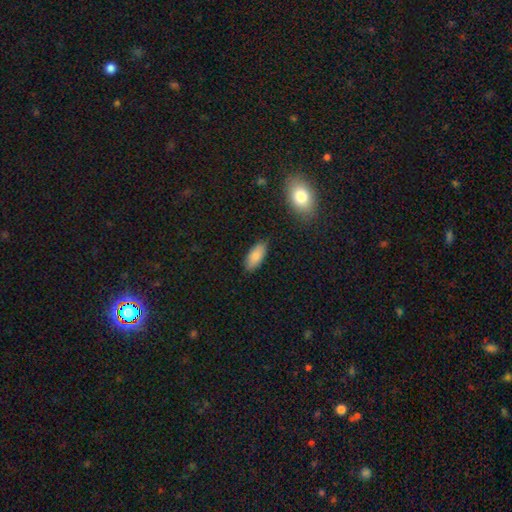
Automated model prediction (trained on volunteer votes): Morphology: type=smooth (85%); roundness=in between (85%); merging=none (83%).